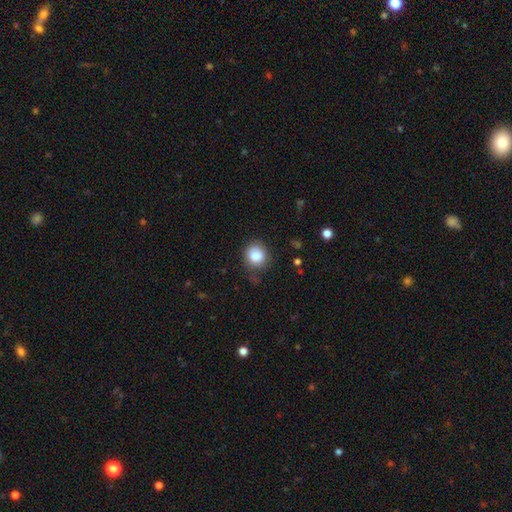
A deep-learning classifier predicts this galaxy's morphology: Smooth or featured? Predicted: smooth (p=0.85). How rounded? Predicted: round (p=0.79). Merging? Predicted: none (p=0.72).